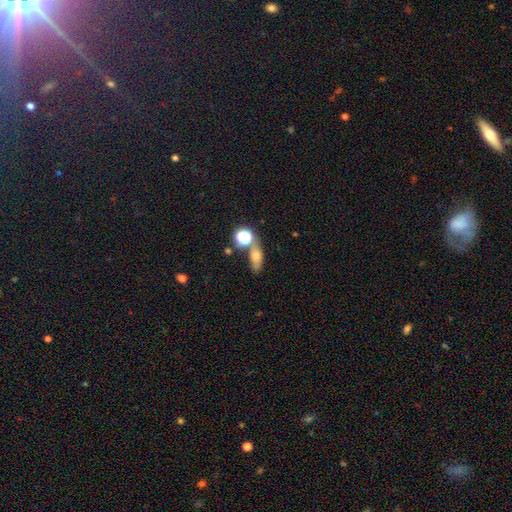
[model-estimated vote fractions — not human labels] The model was most divided on "smooth or featured": smooth: 54%, star or artifact: 25%, featured or disk: 21%. More confident: merging — none (59%); how rounded — in between (56%).